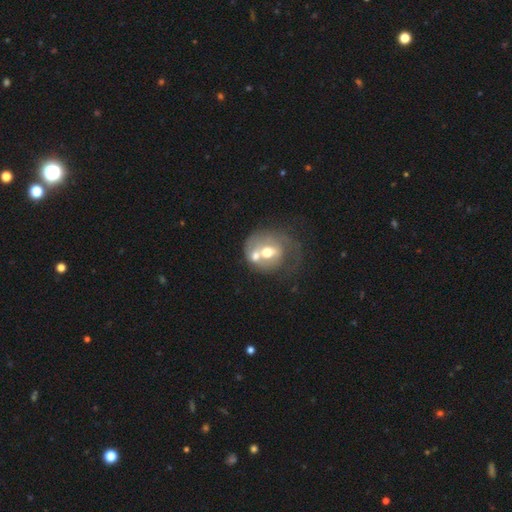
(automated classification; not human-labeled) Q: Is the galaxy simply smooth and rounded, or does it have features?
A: featured or disk — 56%.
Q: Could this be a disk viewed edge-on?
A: no — 96%.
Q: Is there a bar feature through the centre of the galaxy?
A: no — 63%.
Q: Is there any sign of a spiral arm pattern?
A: no — 62%.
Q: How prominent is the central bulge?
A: moderate — 72%.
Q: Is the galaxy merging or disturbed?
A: merger — 49%.